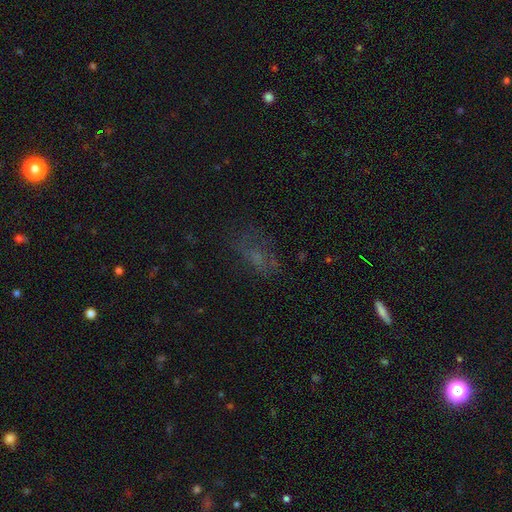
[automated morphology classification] Q: Smooth or featured?
A: smooth (44%); runner-up: star or artifact (29%)
Q: Merging?
A: none (58%); runner-up: minor disturbance (20%)